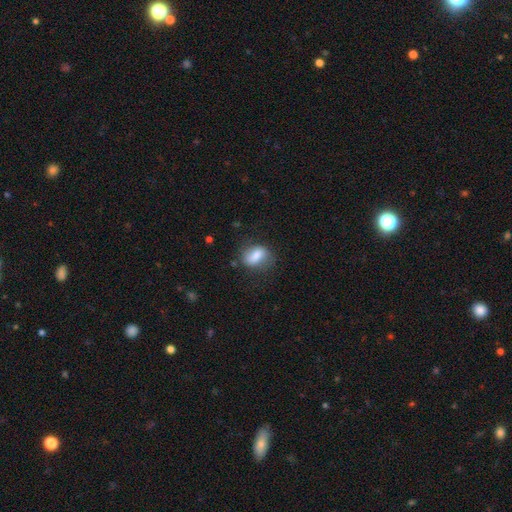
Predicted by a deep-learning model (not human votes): Overall: smooth (76%). How rounded: in between (79%). Merging: none (65%).